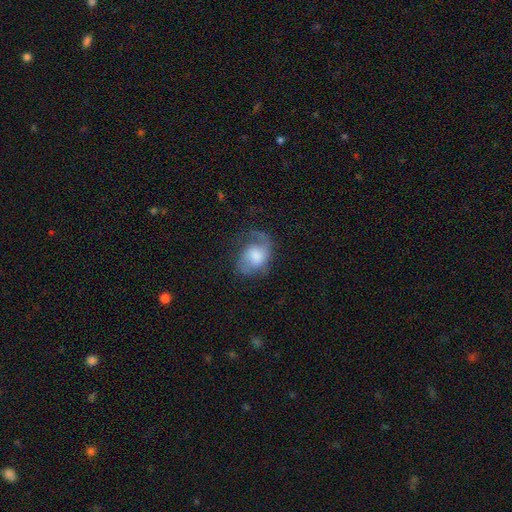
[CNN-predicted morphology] Smooth or featured? featured or disk (56%)
Edge-on disk? no (97%)
Bar? no (62%)
Spiral arms? yes (85%)
Bulge size? large (37%)
Merging? none (47%)